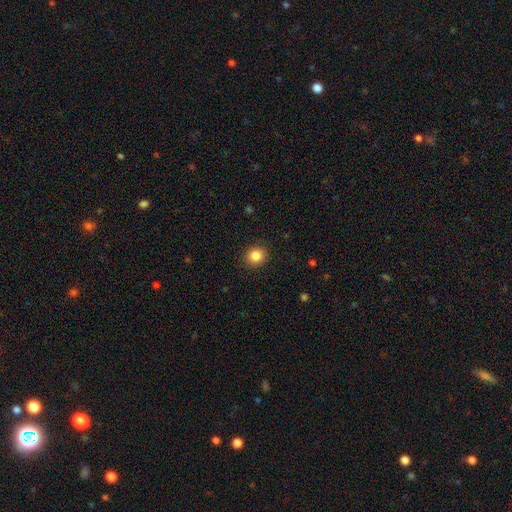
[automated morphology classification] smooth 85%, star or artifact 10%, featured or disk 5%. Down the decision tree: how rounded — round (83%); merging — none (90%).